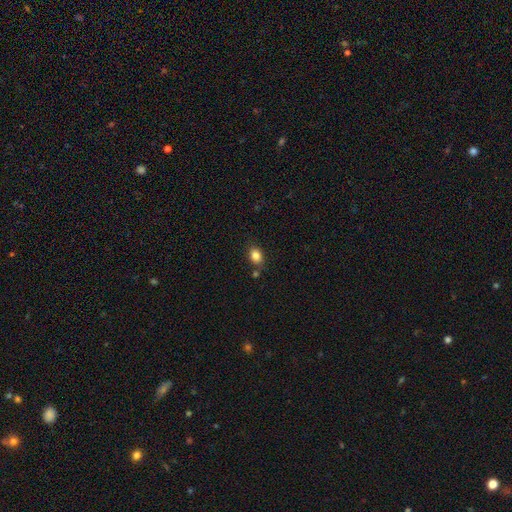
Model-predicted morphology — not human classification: Overall: smooth (84%). How rounded: in between (70%). Merging: none (78%).